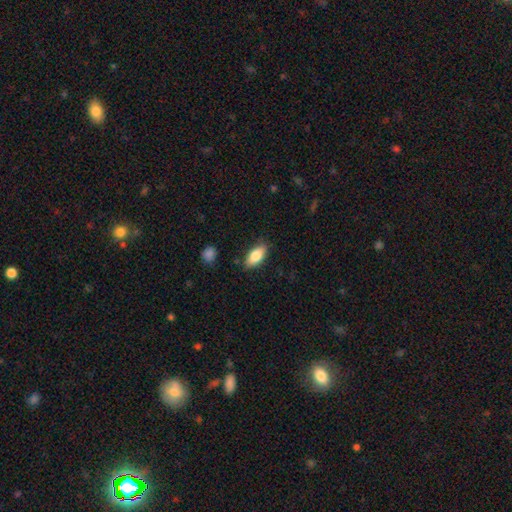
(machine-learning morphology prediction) Smooth or featured? Predicted: smooth (p=0.82). How rounded? Predicted: in between (p=0.88). Merging? Predicted: none (p=0.82).